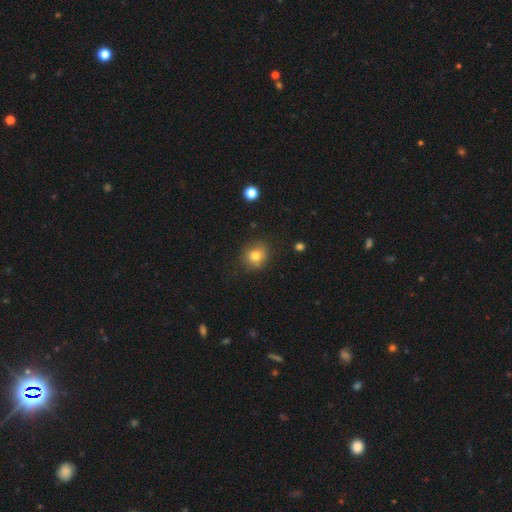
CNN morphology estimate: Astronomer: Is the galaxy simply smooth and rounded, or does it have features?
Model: smooth — 79%.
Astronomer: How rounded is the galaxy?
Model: round — 84%.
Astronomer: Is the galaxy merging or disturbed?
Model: none — 84%.